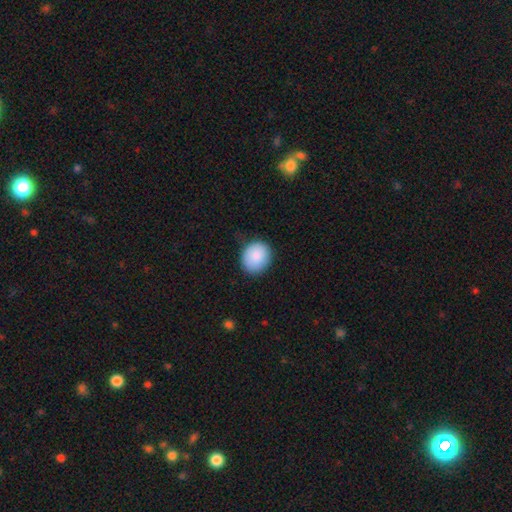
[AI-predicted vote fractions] This appears to be a smooth galaxy with no disk features (88%) that is round (71%). Merging: none (79%).